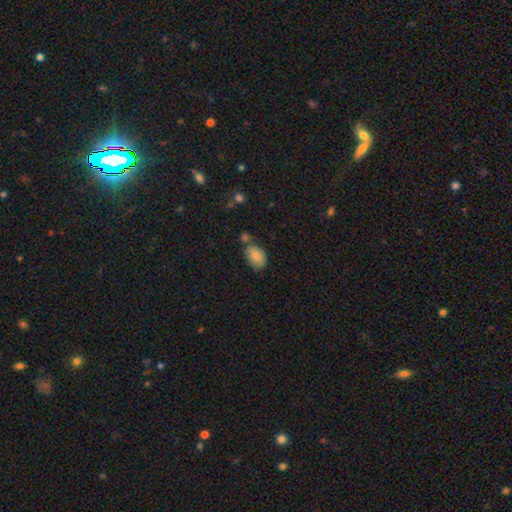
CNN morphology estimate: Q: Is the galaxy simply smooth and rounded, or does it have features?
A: smooth — 87%.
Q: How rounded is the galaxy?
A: in between — 90%.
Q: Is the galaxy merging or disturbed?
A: none — 56%.